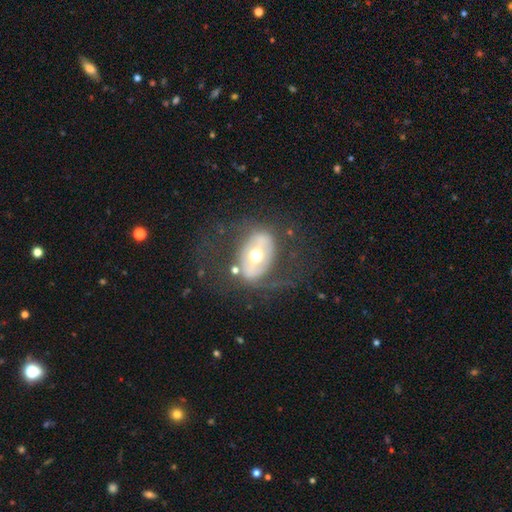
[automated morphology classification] Smooth or featured?
  - featured or disk: 66% *
  - smooth: 27%
  - star or artifact: 7%
Edge-on disk?
  - no: 91% *
  - yes: 9%
Bar?
  - no: 38% *
  - strong: 36%
  - weak: 26%
Spiral arms?
  - no: 56% *
  - yes: 44%
Bulge size?
  - moderate: 71% *
  - small: 18%
  - large: 9%
  - dominant: 2%
  - none: 1%
Merging?
  - none: 59% *
  - major disturbance: 21%
  - minor disturbance: 18%
  - merger: 3%